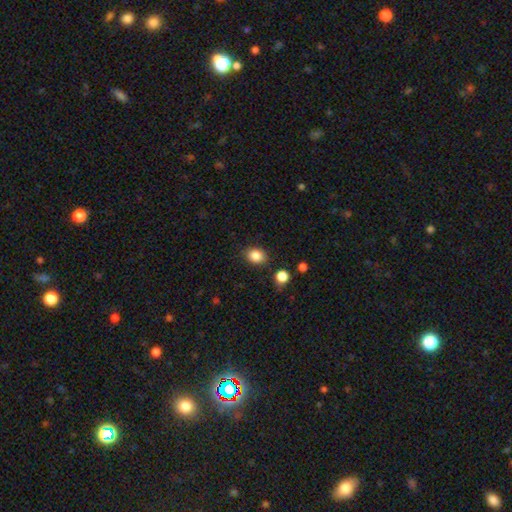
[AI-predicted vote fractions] Smooth or featured? smooth (86%)
How rounded? in between (54%)
Merging? none (83%)